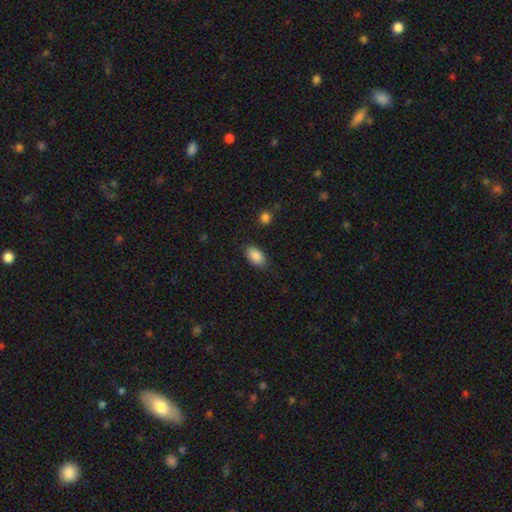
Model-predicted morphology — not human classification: Overall: smooth (89%). How rounded: in between (92%). Merging: none (84%).